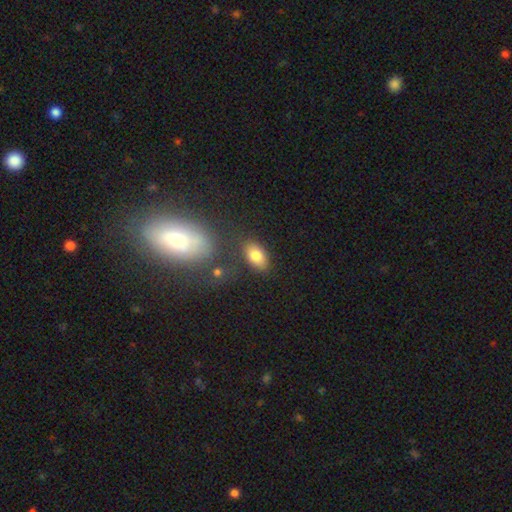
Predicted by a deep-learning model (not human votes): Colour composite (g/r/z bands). It shows a smooth galaxy with no disk features (81%) that is in between round and cigar-shaped (89%). Merging: none (80%).